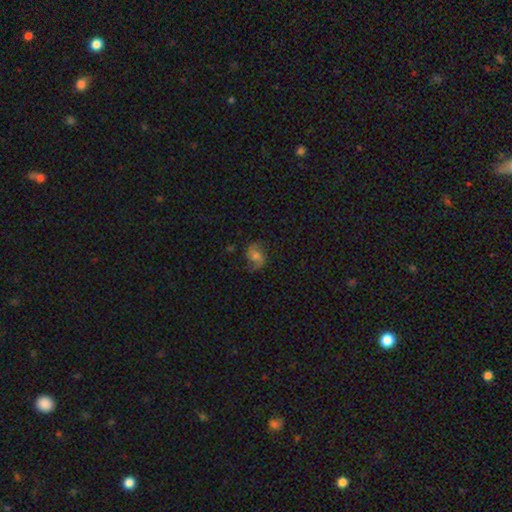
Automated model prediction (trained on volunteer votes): This appears to be a featured or disk galaxy (63%) with no bar (51%), 2 (86%) medium (45%) spiral arms (91%) and a moderate central bulge (52%). Merging: none (72%).